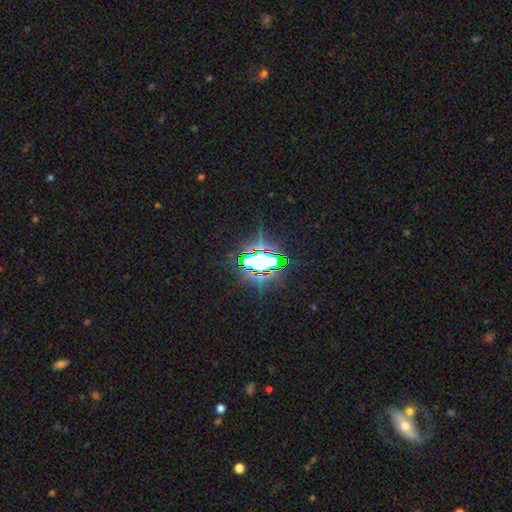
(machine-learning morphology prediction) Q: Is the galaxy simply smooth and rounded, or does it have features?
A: star or artifact — 73%.